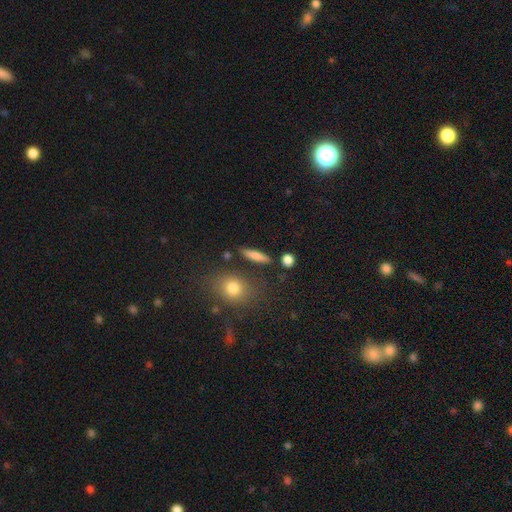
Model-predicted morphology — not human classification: Overall: smooth (75%). How rounded: cigar-shaped (71%). Merging: none (83%).